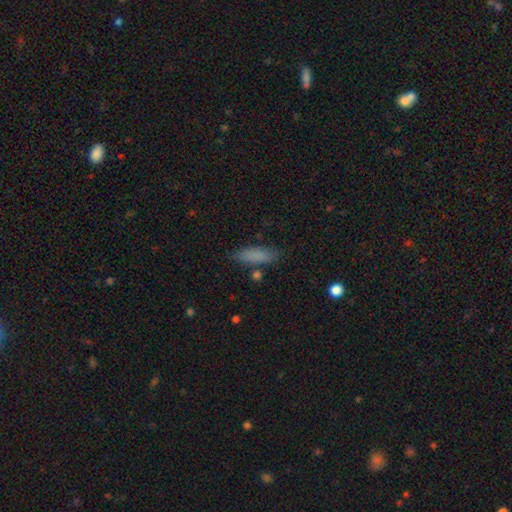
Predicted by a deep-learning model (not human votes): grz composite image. It shows a smooth galaxy with no disk features (82%) that is cigar-shaped (56%). Merging: none (79%).